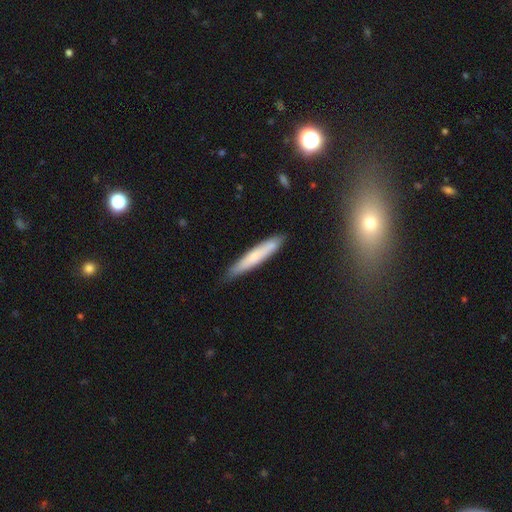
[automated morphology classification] Overall: smooth (64%; featured or disk 30%). How rounded: cigar-shaped (94%). Merging: none (84%).